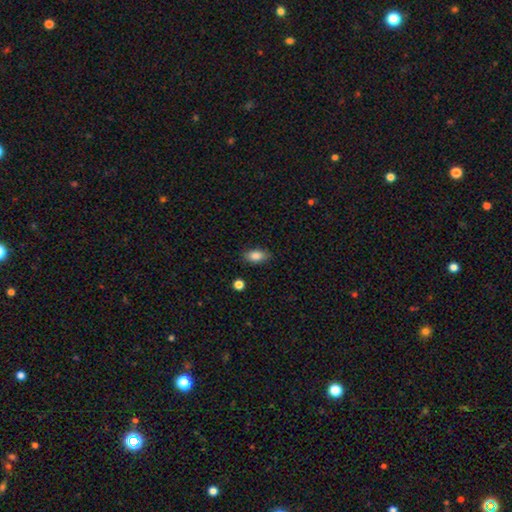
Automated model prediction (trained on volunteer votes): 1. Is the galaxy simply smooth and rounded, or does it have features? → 85% smooth, 8% star or artifact, 7% featured or disk.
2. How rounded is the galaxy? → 89% in between, 7% round, 4% cigar-shaped.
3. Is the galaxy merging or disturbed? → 85% none, 11% minor disturbance, 3% major disturbance, 2% merger.